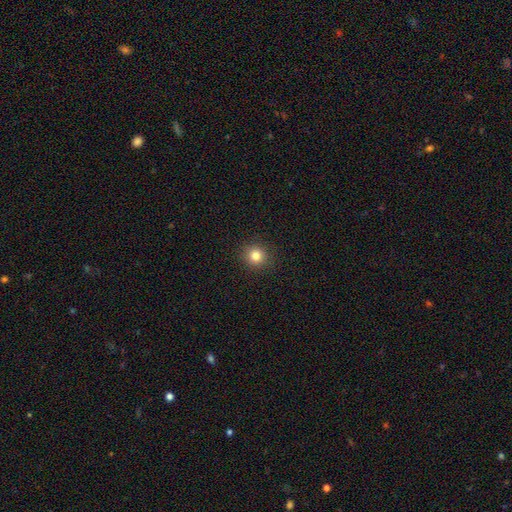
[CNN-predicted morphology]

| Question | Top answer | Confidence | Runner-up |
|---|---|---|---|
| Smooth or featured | smooth | 82% | star or artifact (12%) |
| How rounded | round | 92% | in between (7%) |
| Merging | none | 91% | minor disturbance (6%) |